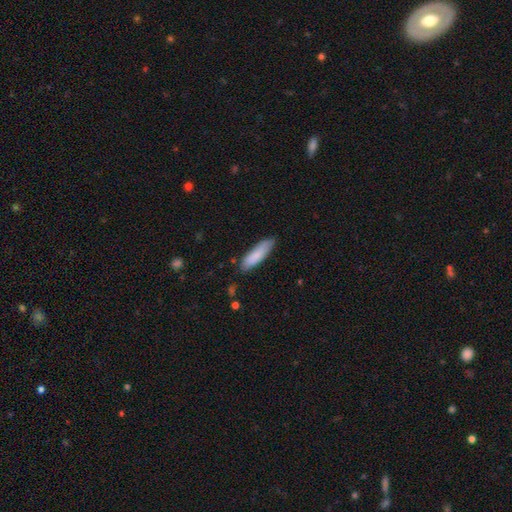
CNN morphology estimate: The model was most divided on "how rounded": cigar-shaped: 61%, in between: 37%, round: 1%. More confident: smooth or featured — smooth (85%); merging — none (81%).